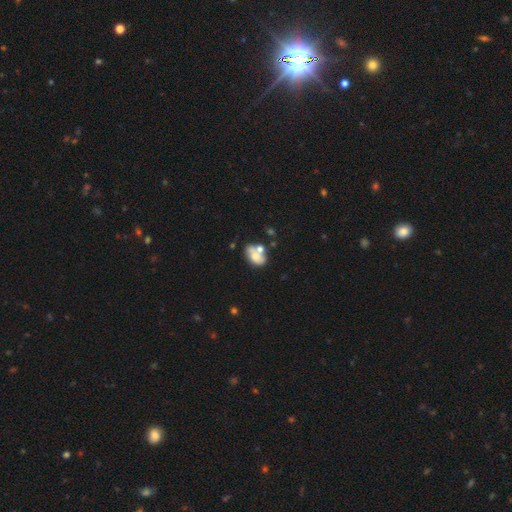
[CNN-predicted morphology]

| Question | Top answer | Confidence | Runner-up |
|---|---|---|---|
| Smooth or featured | smooth | 56% | featured or disk (33%) |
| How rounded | in between | 79% | round (20%) |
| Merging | merger | 43% | none (30%) |